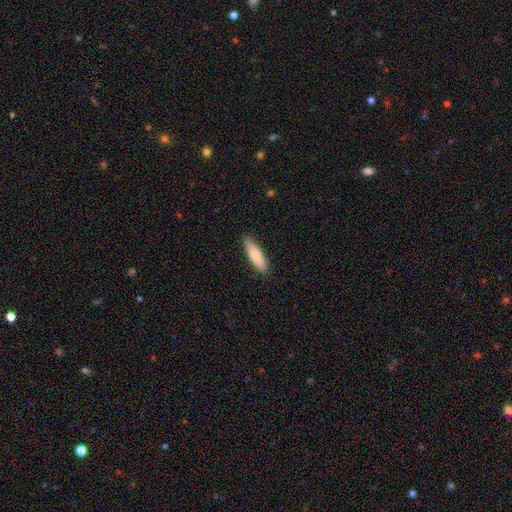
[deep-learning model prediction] Smooth or featured? Predicted: smooth (p=0.77). How rounded? Predicted: cigar-shaped (p=0.57). Merging? Predicted: none (p=0.86).